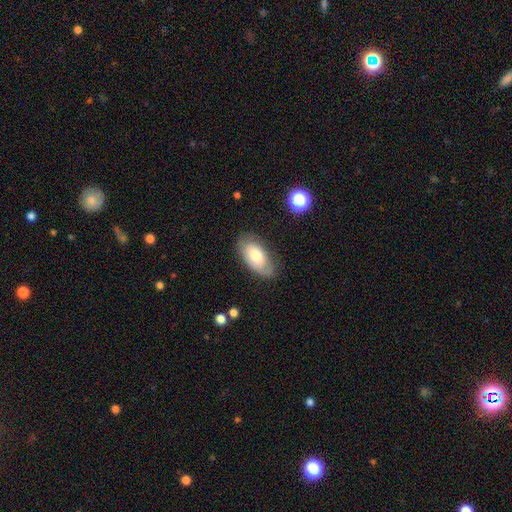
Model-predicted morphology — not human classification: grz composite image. It shows a smooth galaxy with no disk features (69%) that is in between round and cigar-shaped (93%). Merging: none (73%).